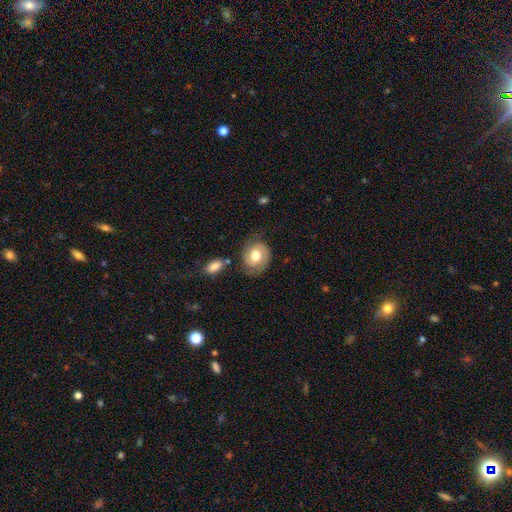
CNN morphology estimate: Smooth or featured? featured or disk (50%)
Edge-on disk? no (97%)
Merging? none (70%)